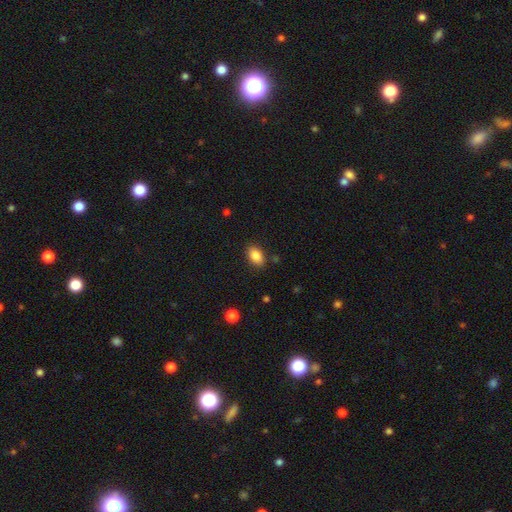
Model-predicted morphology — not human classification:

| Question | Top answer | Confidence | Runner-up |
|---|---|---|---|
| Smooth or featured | smooth | 86% | star or artifact (8%) |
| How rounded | in between | 89% | round (10%) |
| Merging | none | 85% | minor disturbance (10%) |